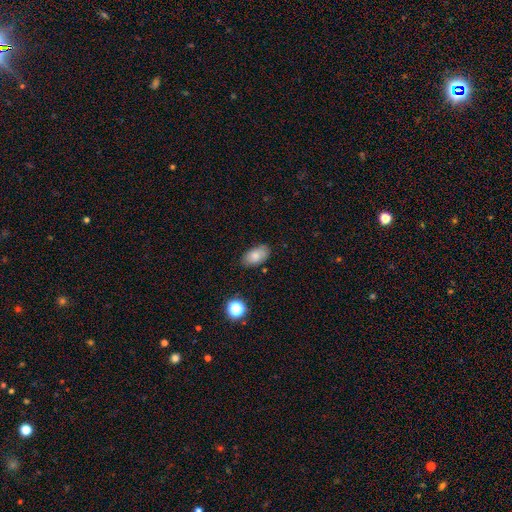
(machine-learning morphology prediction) The model was most divided on "smooth or featured": smooth: 76%, featured or disk: 15%, star or artifact: 9%. More confident: how rounded — in between (93%); merging — none (79%).